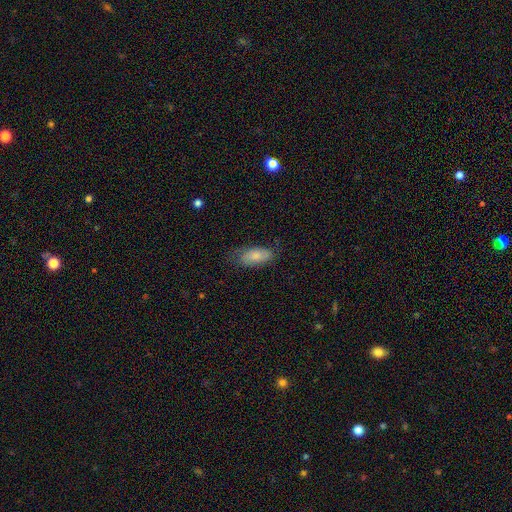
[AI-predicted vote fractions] Overall: smooth (76%). How rounded: in between (88%). Merging: none (66%).